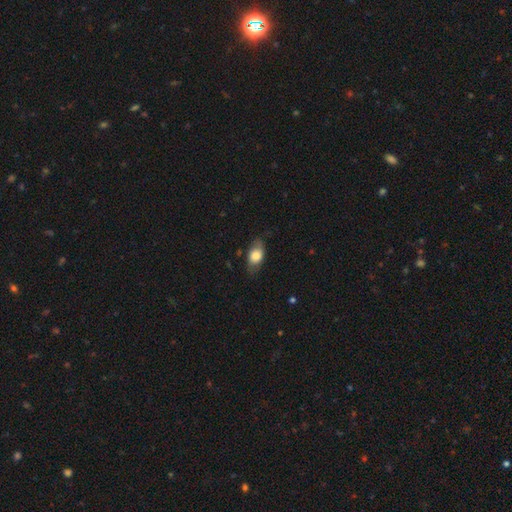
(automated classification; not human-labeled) smooth_or_featured: smooth (p=0.74) [alt: featured or disk p=0.20]
how_rounded: in between (p=0.86) [alt: round p=0.09]
merging: none (p=0.74) [alt: minor disturbance p=0.19]